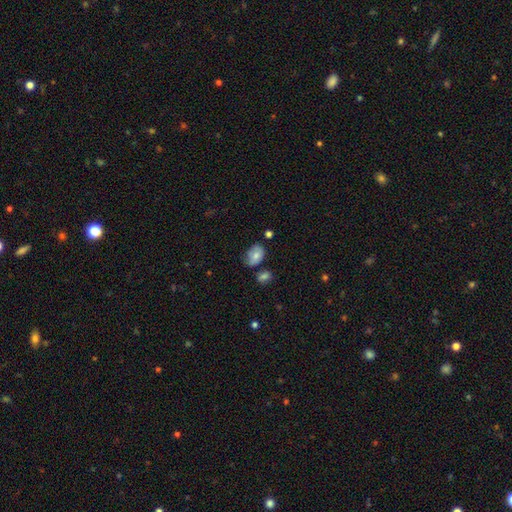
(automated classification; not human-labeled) Q: Smooth or featured?
A: smooth (70%); runner-up: featured or disk (22%)
Q: How rounded?
A: in between (79%); runner-up: round (20%)
Q: Merging?
A: none (50%); runner-up: minor disturbance (33%)